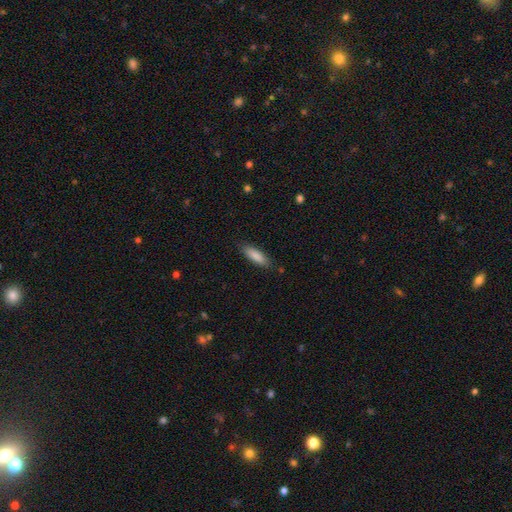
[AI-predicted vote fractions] Smooth or featured? Predicted: smooth (p=0.86). How rounded? Predicted: cigar-shaped (p=0.50). Merging? Predicted: none (p=0.84).